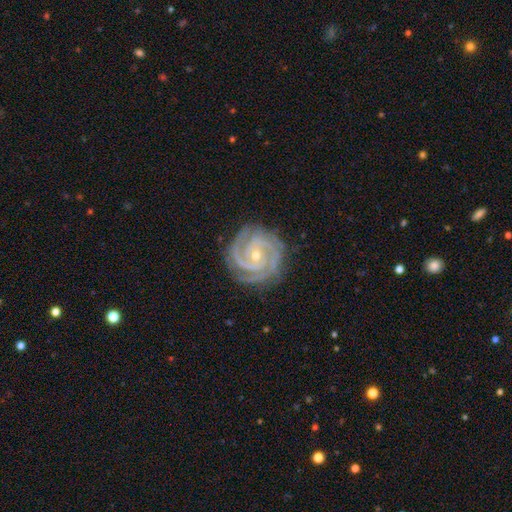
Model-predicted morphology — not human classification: A featured or disk galaxy (92%) with no bar (64%), 2 (37%) tight (78%) spiral arms (99%) and a small central bulge (68%). Merging: none (81%).